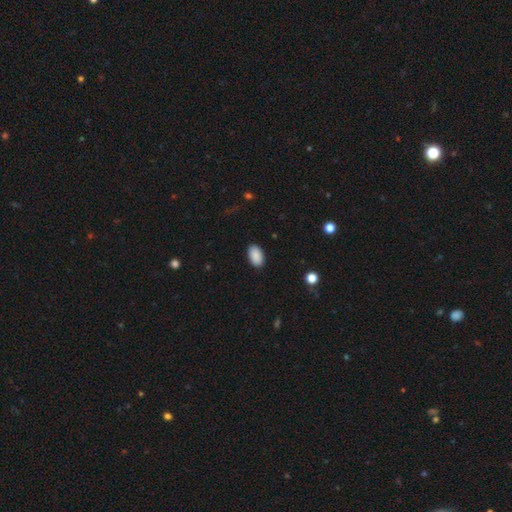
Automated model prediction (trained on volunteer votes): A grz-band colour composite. It shows a smooth galaxy with no disk features (90%) that is in between round and cigar-shaped (95%). Merging: none (89%).